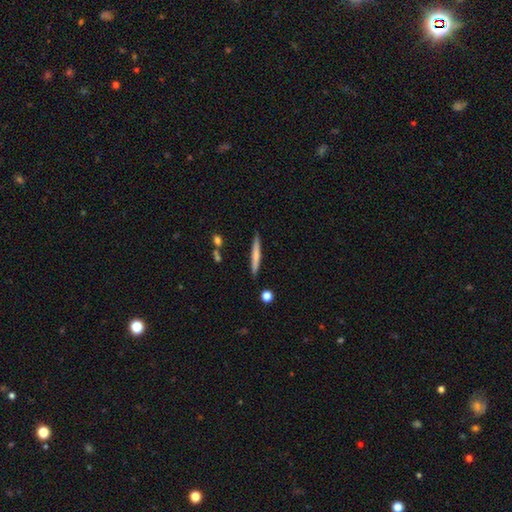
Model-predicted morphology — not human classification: smooth-or-featured: smooth: 63% | featured or disk: 31% | star or artifact: 6%
  how-rounded: cigar-shaped: 95% | in between: 3% | round: 1%
  merging: none: 87% | minor disturbance: 9% | merger: 2% | major disturbance: 2%